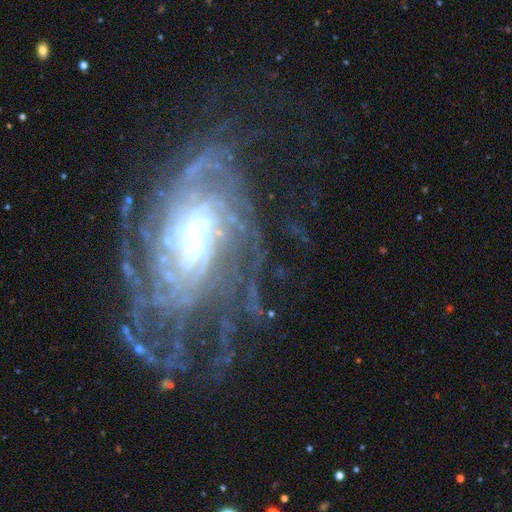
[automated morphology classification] Q: Smooth or featured?
A: featured or disk (86%); runner-up: star or artifact (8%)
Q: Edge-on disk?
A: no (96%); runner-up: yes (4%)
Q: Bar?
A: no (48%); runner-up: weak (34%)
Q: Spiral arms?
A: yes (96%); runner-up: no (4%)
Q: Spiral winding?
A: tight (67%); runner-up: medium (25%)
Q: Spiral arm count?
A: can't tell (33%); runner-up: more than 4 (24%)
Q: Bulge size?
A: small (50%); runner-up: moderate (29%)
Q: Merging?
A: none (63%); runner-up: minor disturbance (18%)